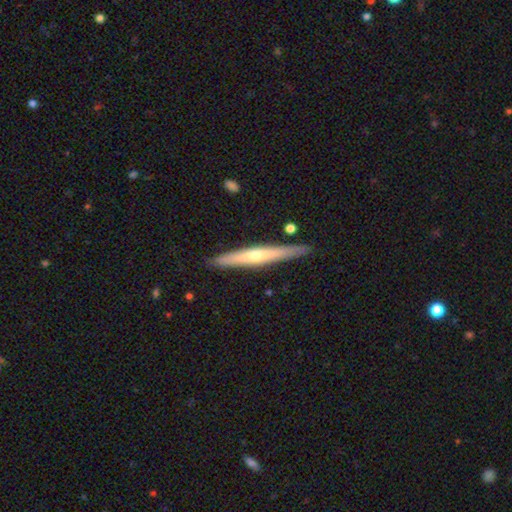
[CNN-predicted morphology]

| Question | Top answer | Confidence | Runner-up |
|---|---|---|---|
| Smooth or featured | featured or disk | 62% | smooth (33%) |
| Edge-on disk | yes | 96% | no (4%) |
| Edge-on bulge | rounded | 73% | none (24%) |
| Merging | none | 90% | minor disturbance (8%) |